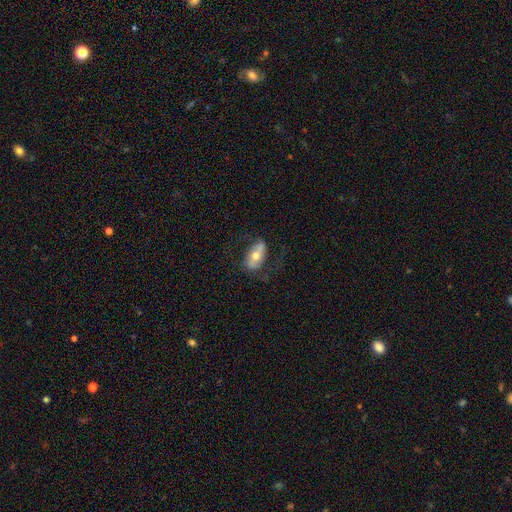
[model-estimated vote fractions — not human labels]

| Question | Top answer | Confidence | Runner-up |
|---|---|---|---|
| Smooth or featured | featured or disk | 47% | tied: smooth (47%) |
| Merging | none | 66% | minor disturbance (19%) |